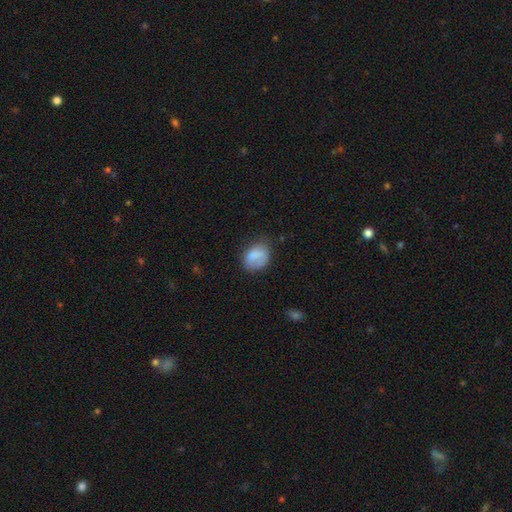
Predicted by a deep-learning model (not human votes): This appears to be a smooth galaxy with no disk features (79%) that is in between round and cigar-shaped (62%). Merging: none (59%).